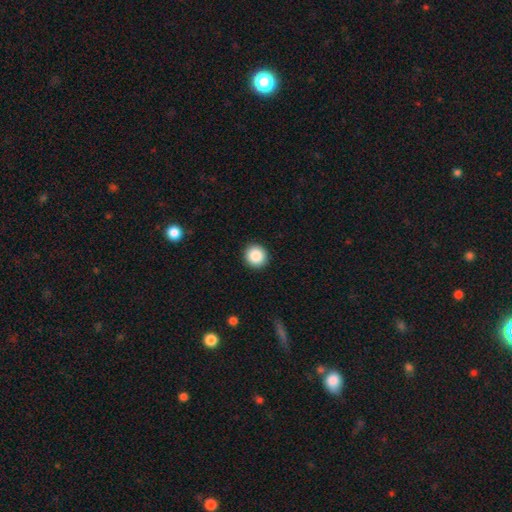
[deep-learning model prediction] This appears to be a smooth galaxy with no disk features (87%) that is round (91%). Merging: none (92%).